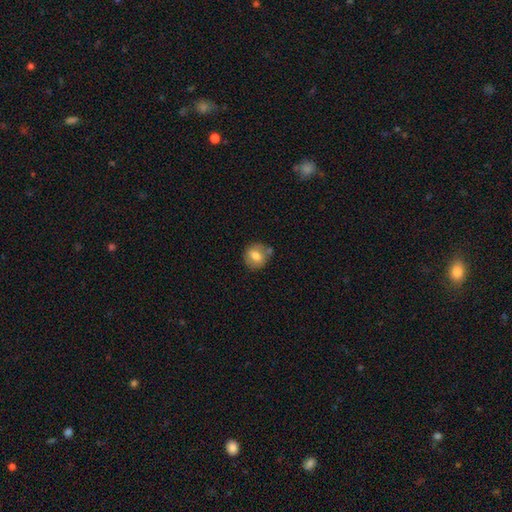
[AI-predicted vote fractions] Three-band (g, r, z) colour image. It shows a smooth galaxy with no disk features (75%) that is round (81%). Merging: none (68%).